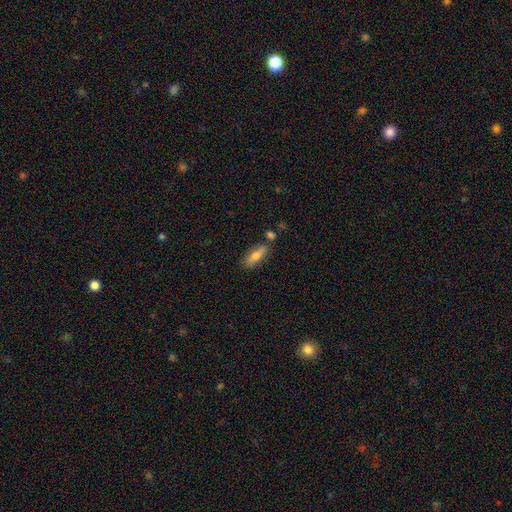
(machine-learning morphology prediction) smooth 68%, featured or disk 25%, star or artifact 7%. Down the decision tree: how rounded — cigar-shaped (49%, tied with in between); merging — none (75%).